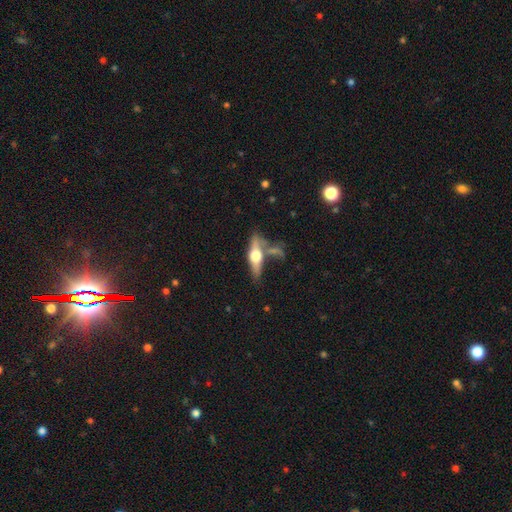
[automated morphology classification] Smooth or featured? featured or disk (55%)
Edge-on disk? yes (85%)
Merging? none (49%)